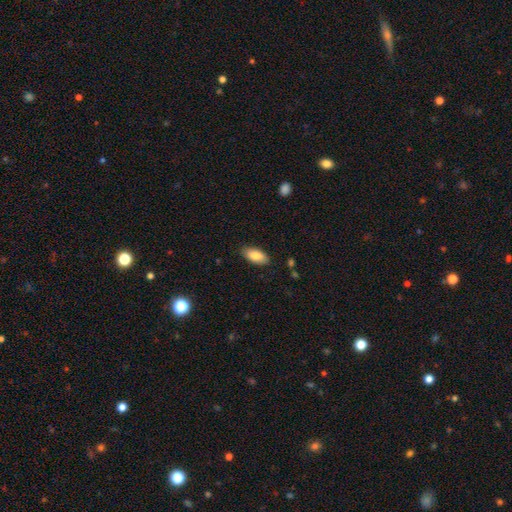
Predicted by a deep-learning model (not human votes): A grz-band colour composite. It shows a smooth galaxy with no disk features (84%) that is in between round and cigar-shaped (92%). Merging: none (86%).